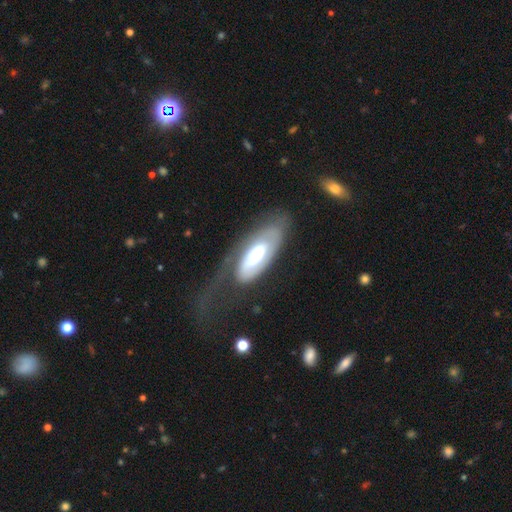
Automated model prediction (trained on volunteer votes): Morphology: type=featured or disk (58%); edge-on=no (87%); bar=no (57%); spiral arms=yes (66%); bulge=moderate (42%); merging=major disturbance (43%).